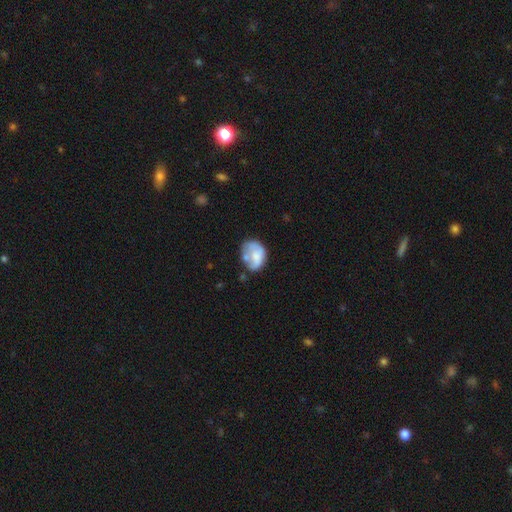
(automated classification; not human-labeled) smooth-or-featured: smooth: 59% | featured or disk: 34% | star or artifact: 8%
  how-rounded: in between: 65% | round: 34% | cigar-shaped: 1%
  merging: none: 38% | minor disturbance: 29% | major disturbance: 19% | merger: 14%